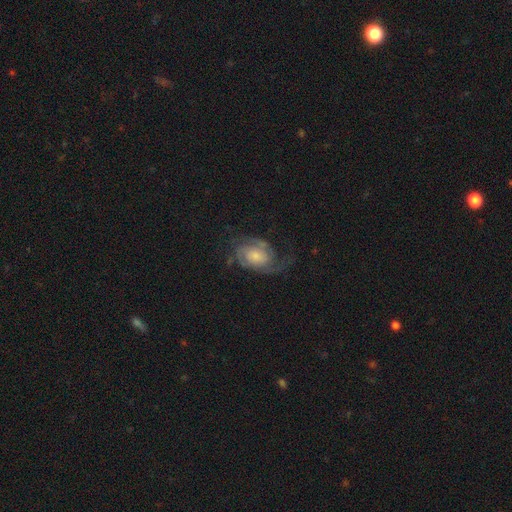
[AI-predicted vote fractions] A featured or disk galaxy (77%) with no bar (69%), 2 (68%) medium (43%) spiral arms (93%) and a small central bulge (43%).

Vote fractions:
- Smooth or featured? featured or disk: 77% / smooth: 17% / star or artifact: 6%
- Edge-on disk? no: 97% / yes: 3%
- Bar? no: 69% / weak: 26% / strong: 5%
- Spiral arms? yes: 93% / no: 7%
- Spiral winding? medium: 43% / tight: 32% / loose: 25%
- Spiral arm count? 2: 68% / can't tell: 13% / 3: 7% / 1: 6% / 4: 3% / more than 4: 3%
- Bulge size? small: 43% / moderate: 32% / large: 13% / none: 8% / dominant: 3%
- Merging? none: 54% / major disturbance: 23% / minor disturbance: 21% / merger: 2%